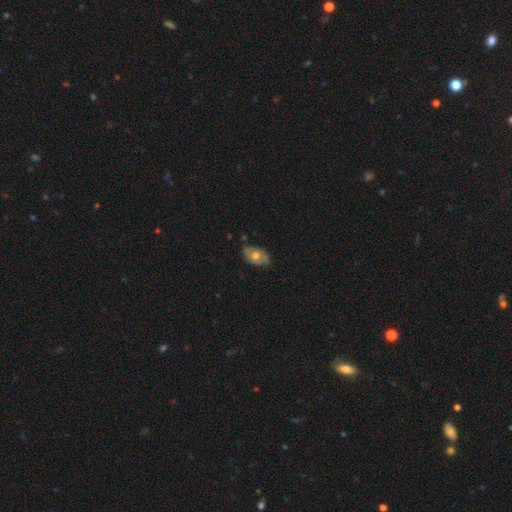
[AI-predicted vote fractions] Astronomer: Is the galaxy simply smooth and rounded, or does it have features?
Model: featured or disk — 54% (runner-up: smooth, 39%).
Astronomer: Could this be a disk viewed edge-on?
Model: no — 92%.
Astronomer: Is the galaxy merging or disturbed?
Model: none — 75%.